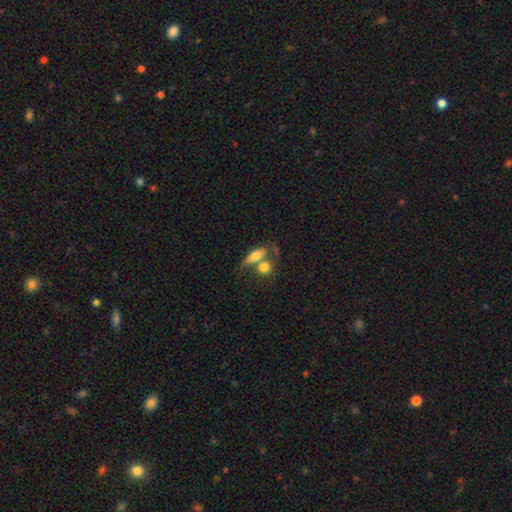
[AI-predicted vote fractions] Smooth or featured?
  - smooth: 67% *
  - featured or disk: 25%
  - star or artifact: 8%
How rounded?
  - in between: 64% *
  - cigar-shaped: 24%
  - round: 12%
Merging?
  - merger: 41% *
  - none: 39%
  - minor disturbance: 13%
  - major disturbance: 8%